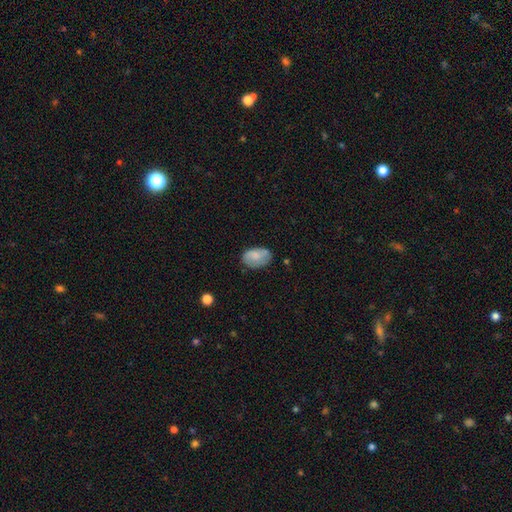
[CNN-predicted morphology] Q: Smooth or featured?
A: smooth (76%); runner-up: featured or disk (17%)
Q: How rounded?
A: in between (89%); runner-up: round (10%)
Q: Merging?
A: none (61%); runner-up: minor disturbance (28%)